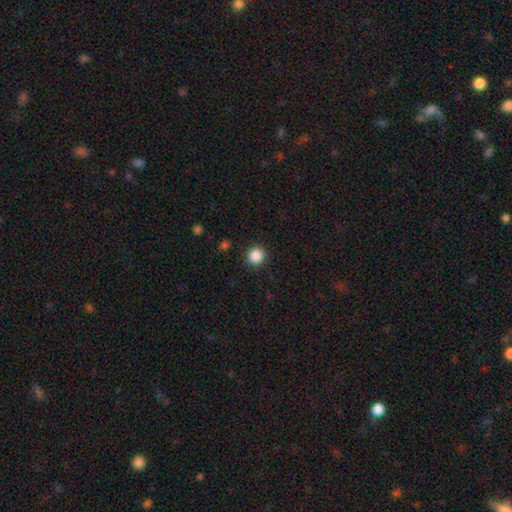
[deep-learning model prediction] smooth_or_featured: smooth (p=0.87) [alt: star or artifact p=0.10]
how_rounded: round (p=0.92) [alt: in between p=0.07]
merging: none (p=0.91) [alt: minor disturbance p=0.06]